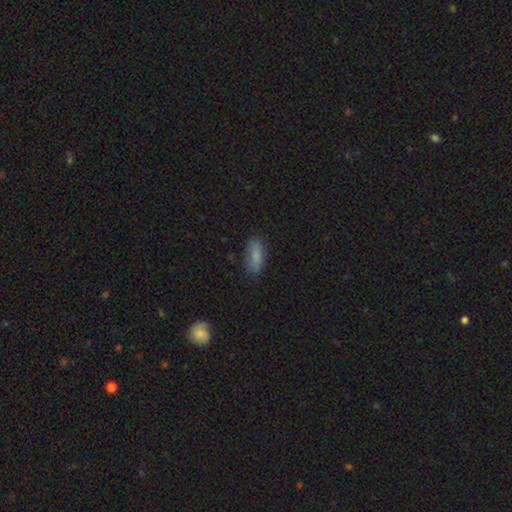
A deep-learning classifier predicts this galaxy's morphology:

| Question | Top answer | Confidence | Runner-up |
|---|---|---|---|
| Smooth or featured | smooth | 84% | featured or disk (8%) |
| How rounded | in between | 76% | cigar-shaped (22%) |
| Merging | none | 79% | minor disturbance (16%) |